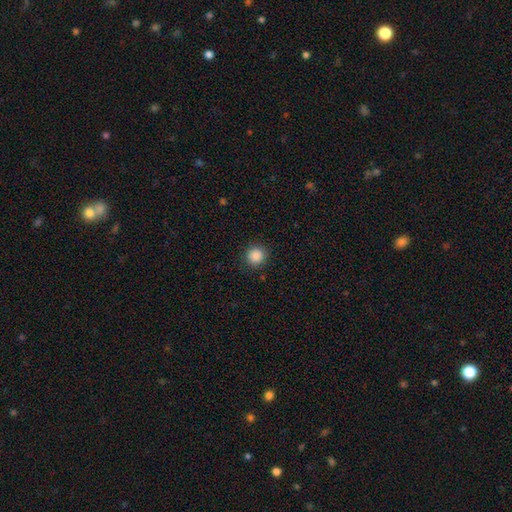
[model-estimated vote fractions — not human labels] smooth 88%, star or artifact 10%, featured or disk 3%. Down the decision tree: how rounded — round (92%); merging — none (90%).